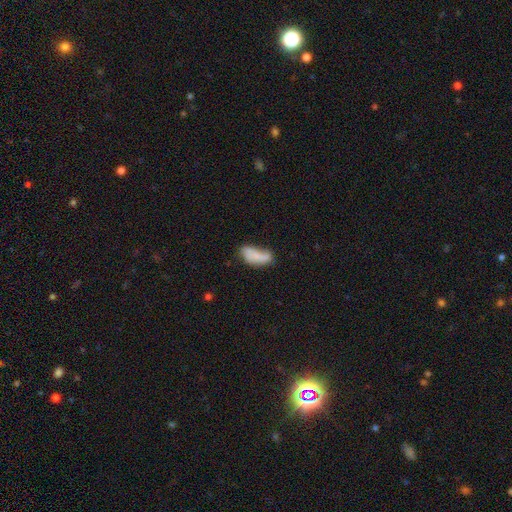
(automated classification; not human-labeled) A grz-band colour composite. It shows a smooth galaxy with no disk features (69%) that is in between round and cigar-shaped (83%). Merging: none (39%).